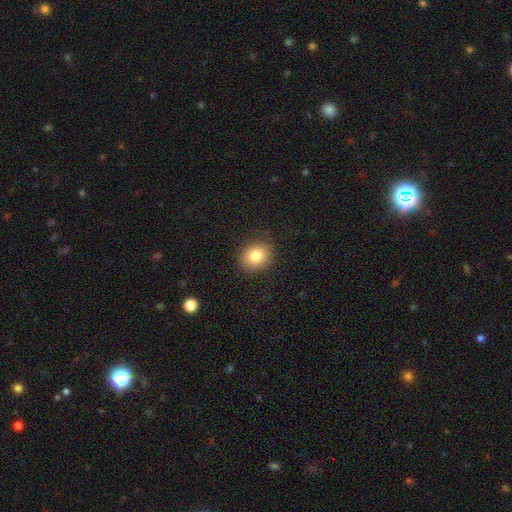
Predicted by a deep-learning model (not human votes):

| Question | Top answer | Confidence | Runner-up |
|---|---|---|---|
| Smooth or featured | smooth | 83% | star or artifact (9%) |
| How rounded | round | 62% | in between (37%) |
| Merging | none | 88% | minor disturbance (8%) |